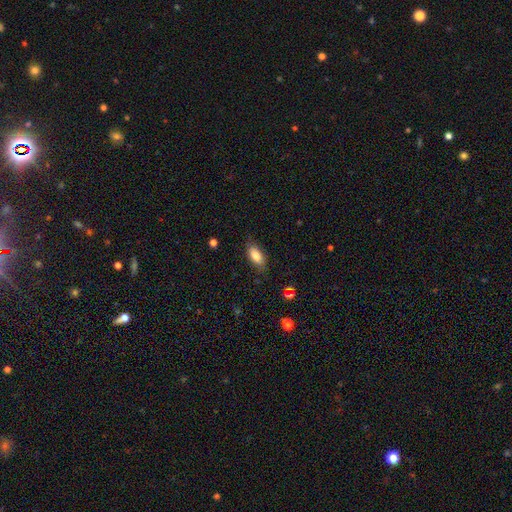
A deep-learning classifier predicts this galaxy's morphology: The model was most divided on "merging": none: 80%, minor disturbance: 15%, major disturbance: 3%, merger: 1%. More confident: how rounded — in between (87%); smooth or featured — smooth (84%).